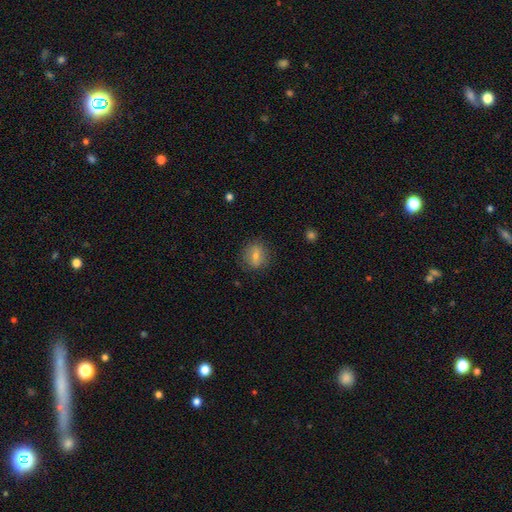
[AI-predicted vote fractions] Overall: smooth (64%). How rounded: round (77%). Merging: none (84%).